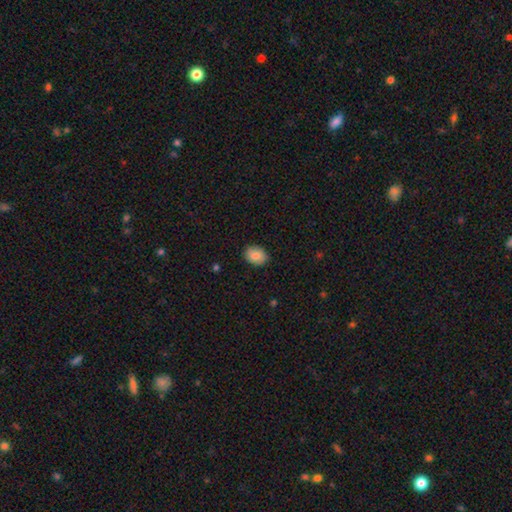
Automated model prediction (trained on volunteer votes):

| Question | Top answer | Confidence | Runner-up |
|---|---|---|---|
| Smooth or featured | smooth | 86% | star or artifact (7%) |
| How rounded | in between | 69% | round (30%) |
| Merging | none | 87% | minor disturbance (10%) |